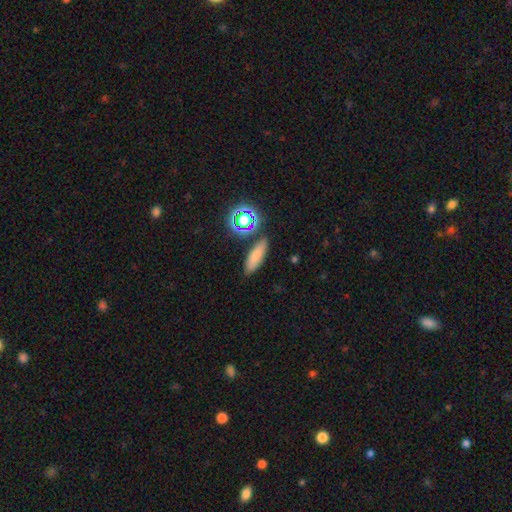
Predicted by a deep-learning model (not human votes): Overall: smooth (73%). How rounded: in between (48%; cigar-shaped 47%). Merging: none (82%).